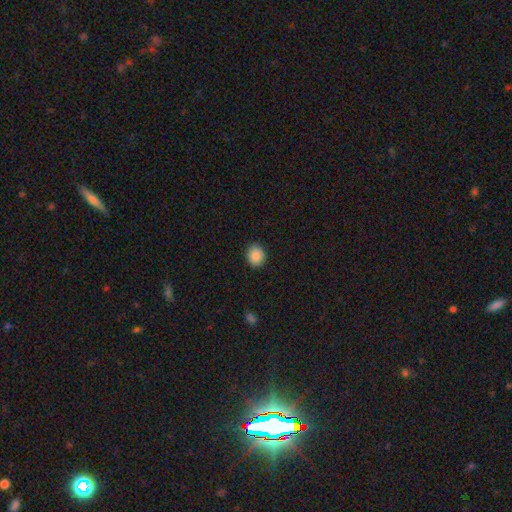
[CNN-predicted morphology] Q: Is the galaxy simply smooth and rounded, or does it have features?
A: smooth — 87%.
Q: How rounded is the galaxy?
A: round — 67%.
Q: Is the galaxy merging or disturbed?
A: none — 89%.